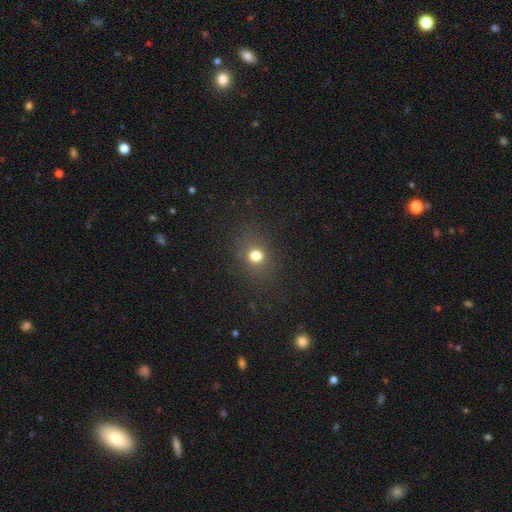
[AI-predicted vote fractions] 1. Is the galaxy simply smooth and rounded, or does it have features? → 73% smooth, 19% star or artifact, 8% featured or disk.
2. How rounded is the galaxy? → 72% round, 26% in between, 1% cigar-shaped.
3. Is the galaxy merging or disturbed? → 84% none, 10% minor disturbance, 5% major disturbance, 1% merger.